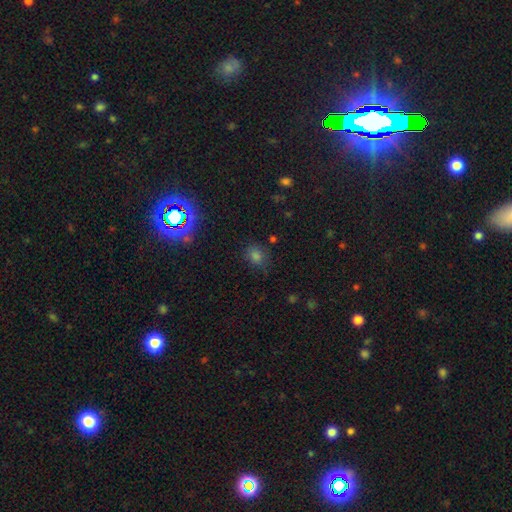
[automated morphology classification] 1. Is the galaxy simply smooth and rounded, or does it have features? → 65% smooth, 29% star or artifact, 6% featured or disk.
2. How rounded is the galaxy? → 58% round, 41% in between, 1% cigar-shaped.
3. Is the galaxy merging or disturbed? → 77% none, 15% minor disturbance, 5% major disturbance, 3% merger.